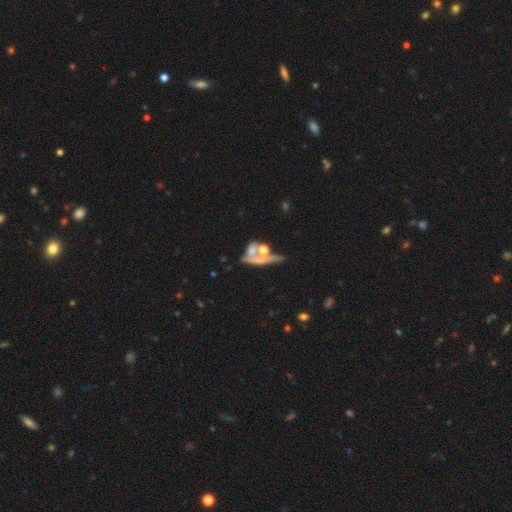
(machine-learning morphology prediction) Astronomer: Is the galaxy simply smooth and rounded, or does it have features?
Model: smooth — 43% (runner-up: featured or disk, 42%).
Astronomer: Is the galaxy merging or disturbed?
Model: merger — 46% (runner-up: none, 27%).